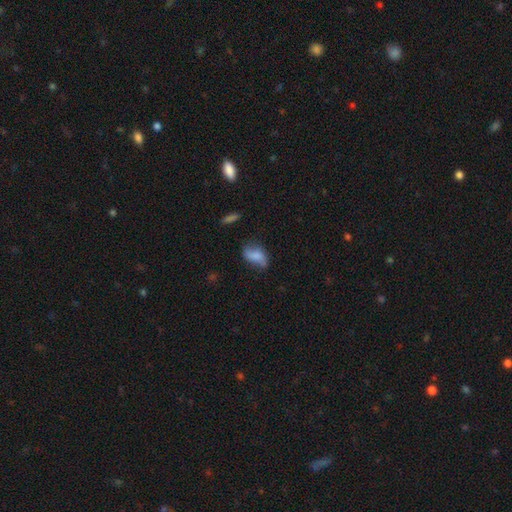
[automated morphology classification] Smooth or featured: smooth — 65% (featured or disk — 26%)
How rounded: in between — 87% (cigar-shaped — 7%)
Merging: none — 52% (minor disturbance — 32%)